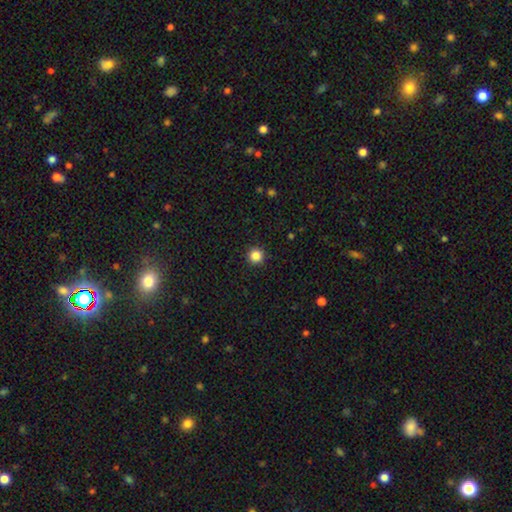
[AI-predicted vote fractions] This appears to be a smooth galaxy with no disk features (85%) that is round (96%). Merging: none (92%).